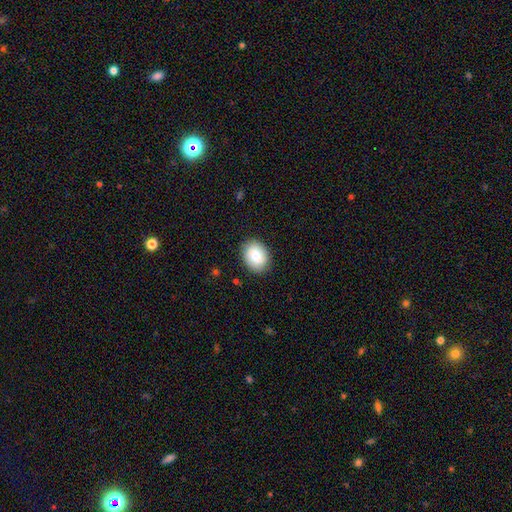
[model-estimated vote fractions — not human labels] smooth 72%, featured or disk 20%, star or artifact 7%. Down the decision tree: how rounded — in between (66%); merging — none (86%).